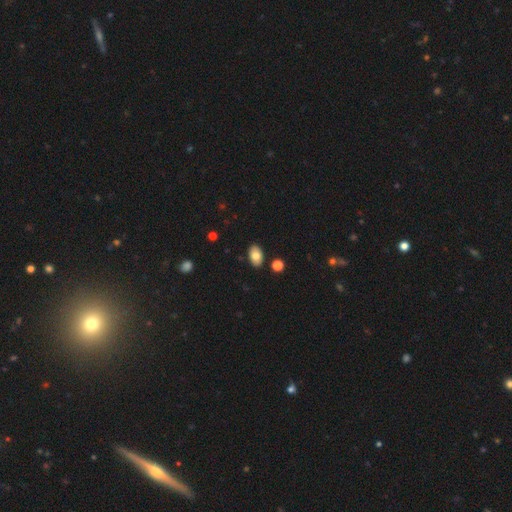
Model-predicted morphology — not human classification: Smooth or featured? Predicted: smooth (p=0.80). How rounded? Predicted: in between (p=0.92). Merging? Predicted: none (p=0.87).